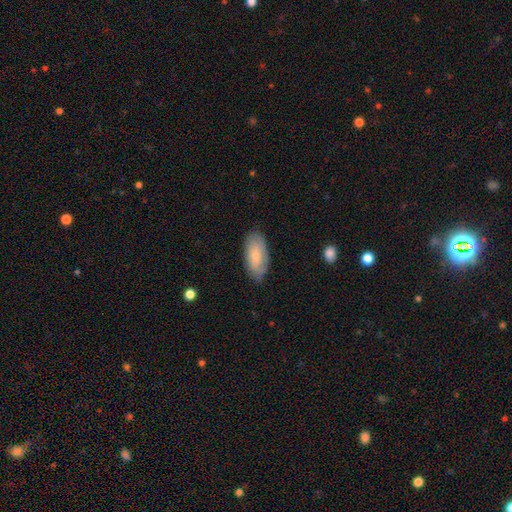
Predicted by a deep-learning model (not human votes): Overall: smooth (76%). How rounded: in between (90%). Merging: none (80%).